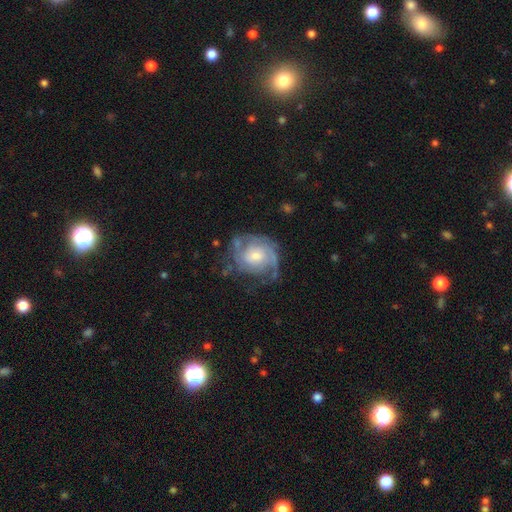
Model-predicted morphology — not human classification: A featured or disk galaxy (76%) with no bar (65%), tight (48%) spiral arms (89%) and a moderate central bulge (46%). Merging: none (53%).